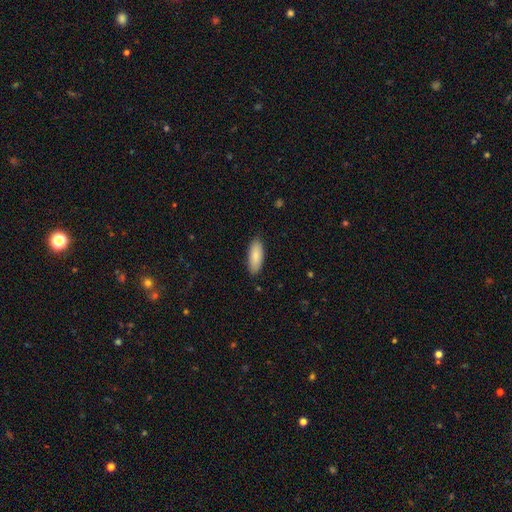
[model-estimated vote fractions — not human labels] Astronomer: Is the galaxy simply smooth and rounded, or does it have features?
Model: smooth — 85%.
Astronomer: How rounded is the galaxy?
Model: in between — 77%.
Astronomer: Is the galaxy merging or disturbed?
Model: none — 86%.